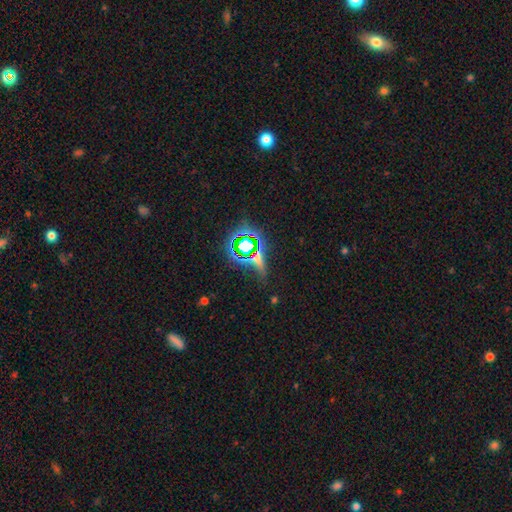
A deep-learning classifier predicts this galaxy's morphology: Overall: star or artifact (60%; smooth 26%).